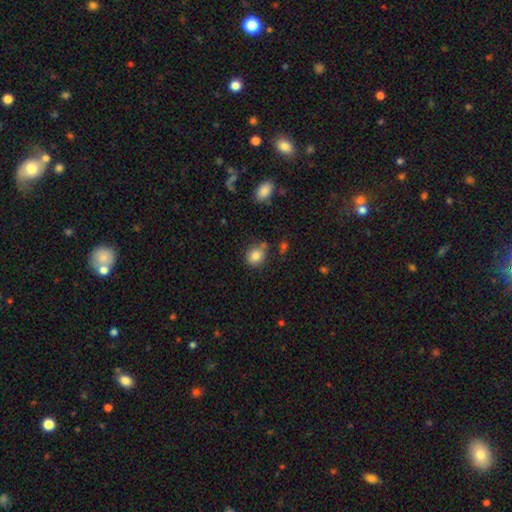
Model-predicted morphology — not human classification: smooth 83%, star or artifact 10%, featured or disk 7%. Down the decision tree: how rounded — round (66%); merging — none (69%).